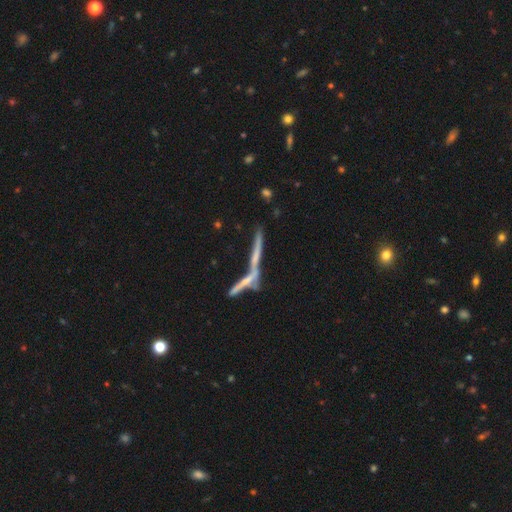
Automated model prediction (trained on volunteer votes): Smooth or featured?
  - featured or disk: 58% *
  - smooth: 31%
  - star or artifact: 11%
Edge-on disk?
  - yes: 88% *
  - no: 12%
Edge-on bulge?
  - none: 64% *
  - rounded: 27%
  - boxy: 9%
Merging?
  - merger: 43% *
  - none: 41%
  - minor disturbance: 10%
  - major disturbance: 6%